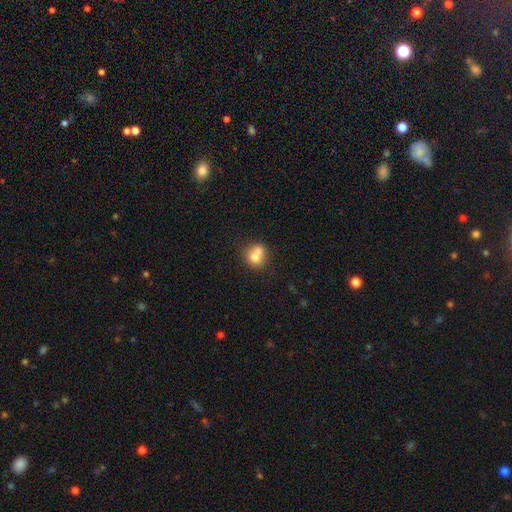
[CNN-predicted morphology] Q: Smooth or featured?
A: smooth (71%); runner-up: featured or disk (19%)
Q: How rounded?
A: round (74%); runner-up: in between (25%)
Q: Merging?
A: merger (53%); runner-up: none (34%)